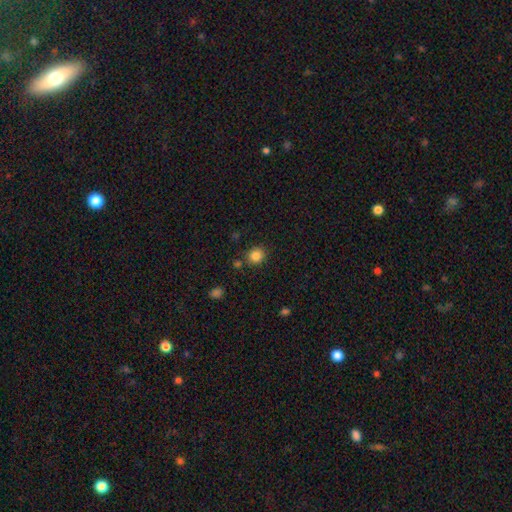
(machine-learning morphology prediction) A smooth galaxy with no disk features (85%) that is round (85%).

Vote fractions:
- Smooth or featured? smooth: 85% / star or artifact: 11% / featured or disk: 4%
- How rounded? round: 85% / in between: 14% / cigar-shaped: 1%
- Merging? none: 81% / minor disturbance: 10% / merger: 6% / major disturbance: 3%